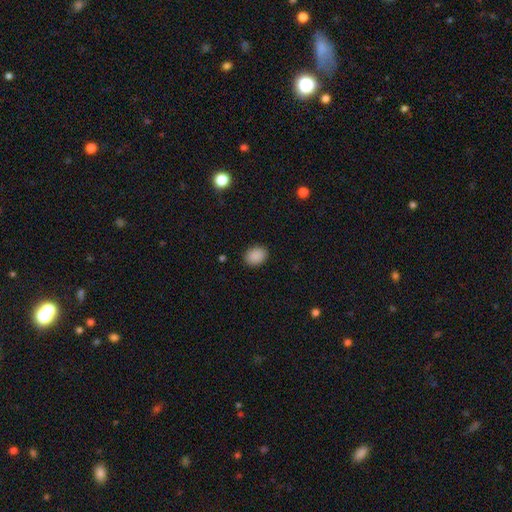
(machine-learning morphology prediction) Overall: smooth (89%). How rounded: in between (61%; round 38%). Merging: none (89%).